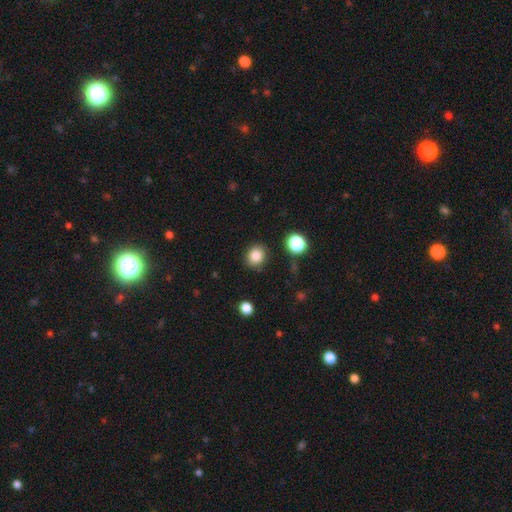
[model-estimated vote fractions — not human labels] smooth_or_featured: smooth (p=0.84) [alt: star or artifact p=0.11]
how_rounded: round (p=0.76) [alt: in between p=0.23]
merging: none (p=0.86) [alt: minor disturbance p=0.09]